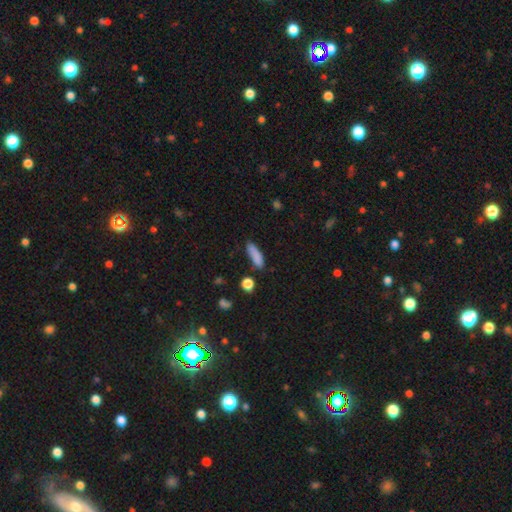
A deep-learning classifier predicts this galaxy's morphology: Overall: smooth (85%). How rounded: cigar-shaped (55%; in between 43%). Merging: none (71%).